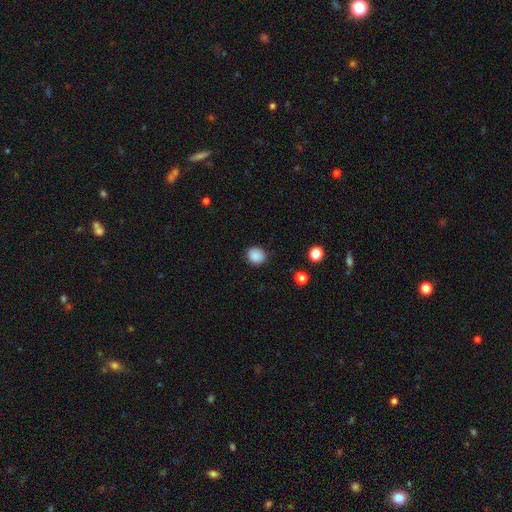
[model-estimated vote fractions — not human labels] Smooth or featured: smooth — 88% (star or artifact — 10%)
How rounded: round — 78% (in between — 21%)
Merging: none — 87% (minor disturbance — 9%)